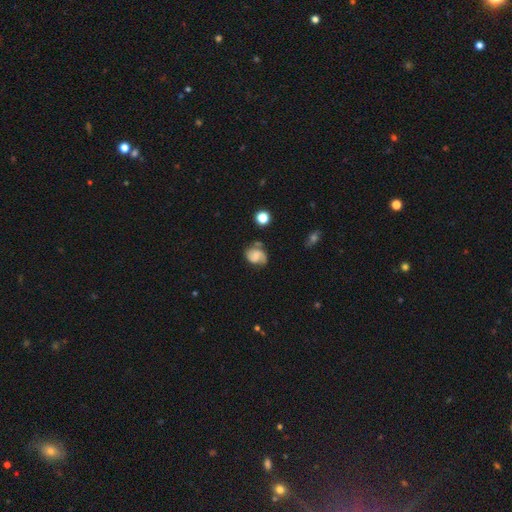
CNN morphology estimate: smooth_or_featured: featured or disk (p=0.60) [alt: smooth p=0.31]
disk_edge_on: no (p=0.98) [alt: yes p=0.02]
bar: no (p=0.54) [alt: weak p=0.38]
has_spiral_arms: yes (p=0.91) [alt: no p=0.09]
spiral_winding: medium (p=0.45) [alt: tight p=0.30]
spiral_arm_count: 2 (p=0.72) [alt: 1 p=0.16]
bulge_size: small (p=0.36) [alt: none p=0.30]
merging: none (p=0.60) [alt: minor disturbance p=0.24]